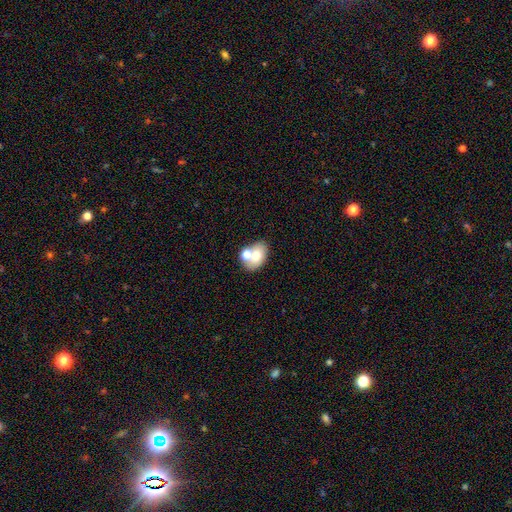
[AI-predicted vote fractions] Q: Smooth or featured?
A: smooth (69%); runner-up: featured or disk (21%)
Q: How rounded?
A: in between (75%); runner-up: round (24%)
Q: Merging?
A: none (51%); runner-up: merger (34%)